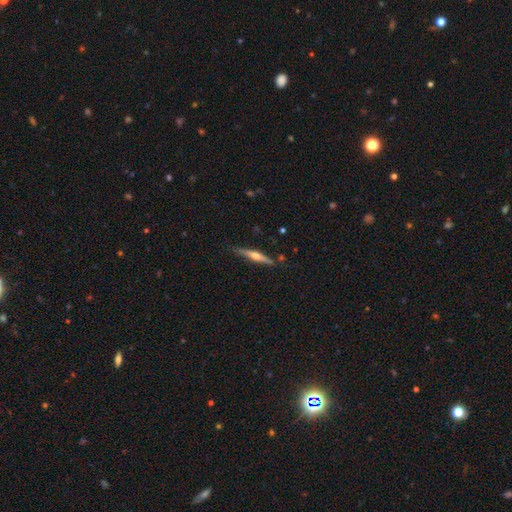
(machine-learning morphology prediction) A featured or disk galaxy (66%) viewed edge-on (97%) with a rounded central bulge (90%). Merging: none (82%).